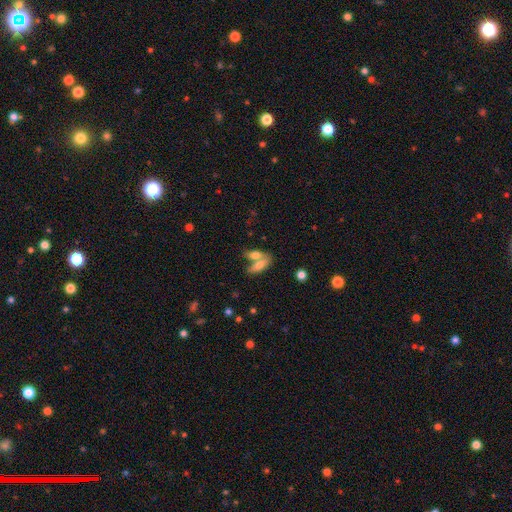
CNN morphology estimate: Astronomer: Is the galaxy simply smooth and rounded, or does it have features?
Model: smooth — 37% (runner-up: featured or disk, 33%).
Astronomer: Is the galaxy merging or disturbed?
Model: none — 41% (runner-up: merger, 35%).